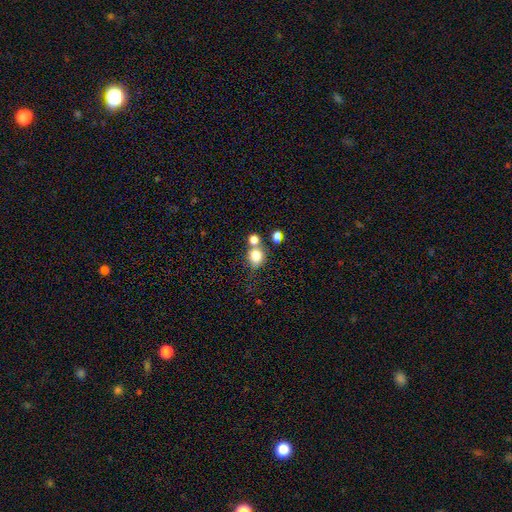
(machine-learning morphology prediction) The model was most divided on "merging": none: 50%, merger: 33%, minor disturbance: 12%, major disturbance: 5%. More confident: smooth or featured — smooth (80%); how rounded — round (71%).